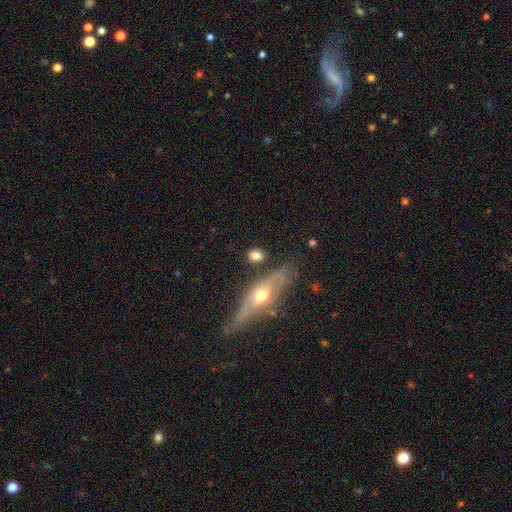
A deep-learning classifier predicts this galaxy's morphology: smooth-or-featured: smooth: 73% | featured or disk: 19% | star or artifact: 8%
  how-rounded: in between: 51% | round: 39% | cigar-shaped: 10%
  merging: none: 75% | minor disturbance: 13% | merger: 8% | major disturbance: 5%